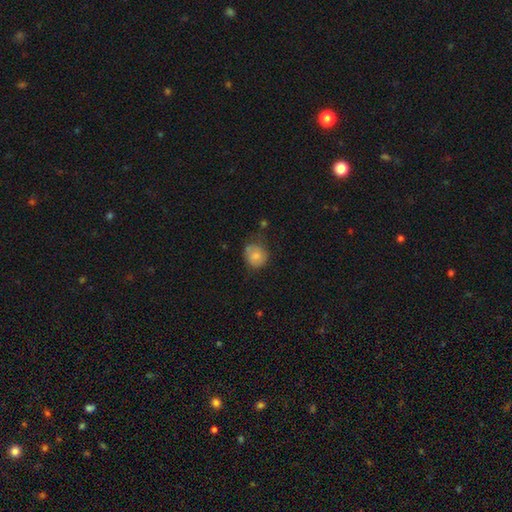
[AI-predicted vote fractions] Smooth or featured?
  - smooth: 79% *
  - featured or disk: 12%
  - star or artifact: 9%
How rounded?
  - round: 76% *
  - in between: 23%
  - cigar-shaped: 1%
Merging?
  - none: 57% *
  - minor disturbance: 28%
  - major disturbance: 9%
  - merger: 6%